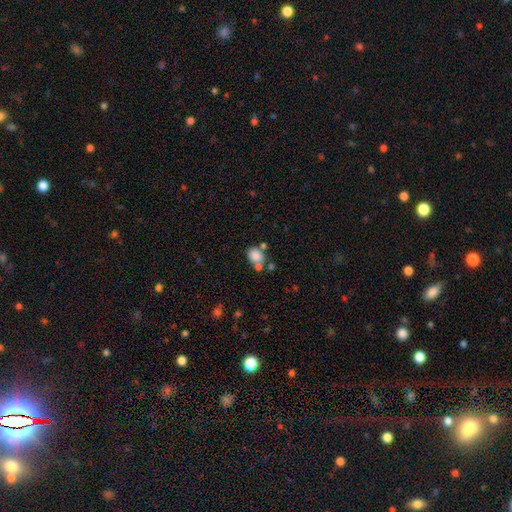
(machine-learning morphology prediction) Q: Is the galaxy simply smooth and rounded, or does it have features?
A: smooth — 82%.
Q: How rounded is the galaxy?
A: in between — 55%.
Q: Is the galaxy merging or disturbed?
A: none — 50%.